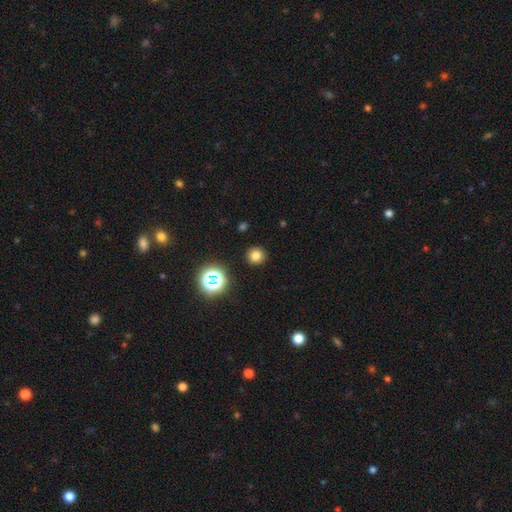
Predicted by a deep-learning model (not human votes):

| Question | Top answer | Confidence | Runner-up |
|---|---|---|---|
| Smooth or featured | smooth | 77% | star or artifact (17%) |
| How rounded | round | 93% | in between (6%) |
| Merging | none | 91% | minor disturbance (6%) |